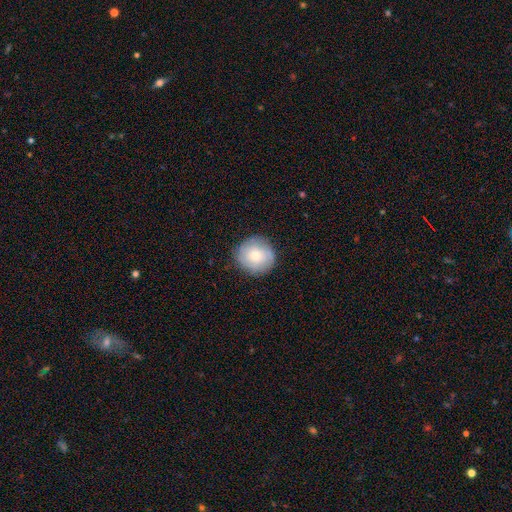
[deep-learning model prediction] A smooth galaxy with no disk features (53%) that is round (90%). Merging: none (84%).